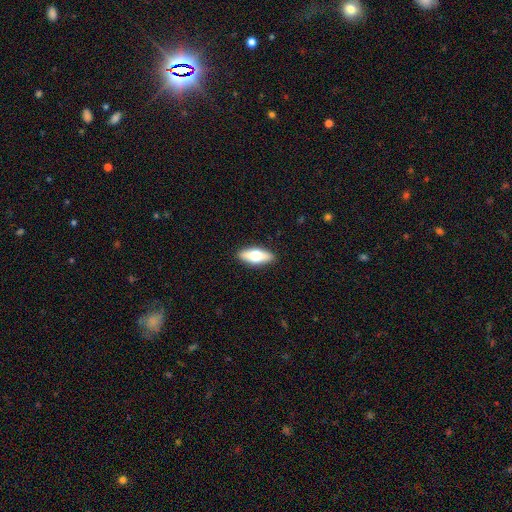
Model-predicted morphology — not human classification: A smooth galaxy with no disk features (60%) that is in between round and cigar-shaped (71%).

Vote fractions:
- Smooth or featured? smooth: 60% / featured or disk: 34% / star or artifact: 6%
- How rounded? in between: 71% / cigar-shaped: 26% / round: 3%
- Merging? none: 89% / minor disturbance: 8% / major disturbance: 2% / merger: 1%